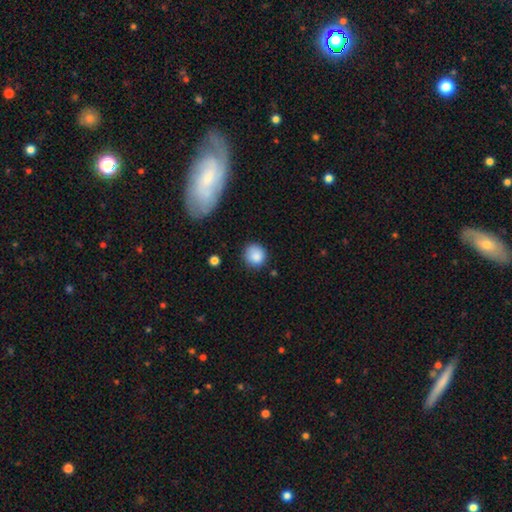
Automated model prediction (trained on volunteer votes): Smooth or featured? Predicted: smooth (p=0.86). How rounded? Predicted: round (p=0.88). Merging? Predicted: none (p=0.80).